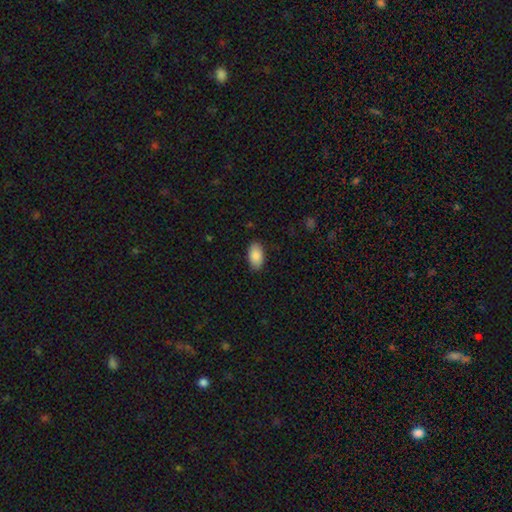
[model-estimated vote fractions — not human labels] A smooth galaxy with no disk features (88%) that is in between round and cigar-shaped (95%). Merging: none (87%).